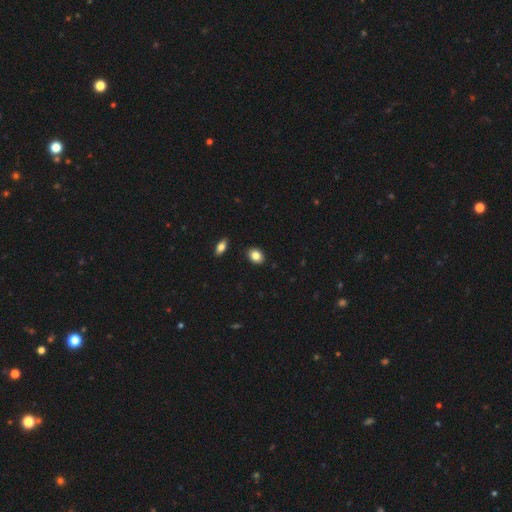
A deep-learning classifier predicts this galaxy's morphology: Overall: smooth (84%). How rounded: in between (70%). Merging: none (89%).